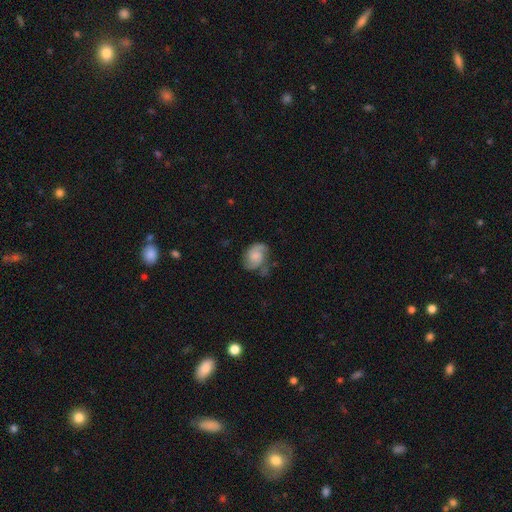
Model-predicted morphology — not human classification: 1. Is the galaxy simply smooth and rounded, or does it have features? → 64% featured or disk, 29% smooth, 8% star or artifact.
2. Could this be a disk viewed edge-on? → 98% no, 2% yes.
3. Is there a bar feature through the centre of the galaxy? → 65% no, 30% weak, 5% strong.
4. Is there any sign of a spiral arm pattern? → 91% yes, 9% no.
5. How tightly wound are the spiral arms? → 47% medium, 27% loose, 26% tight.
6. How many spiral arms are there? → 82% 2, 8% can't tell, 4% 1, 4% 3, 1% 4, 1% more than 4.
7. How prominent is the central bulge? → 35% none, 22% small, 22% moderate, 16% large, 3% dominant.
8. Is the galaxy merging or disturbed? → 56% none, 25% minor disturbance, 15% major disturbance, 4% merger.